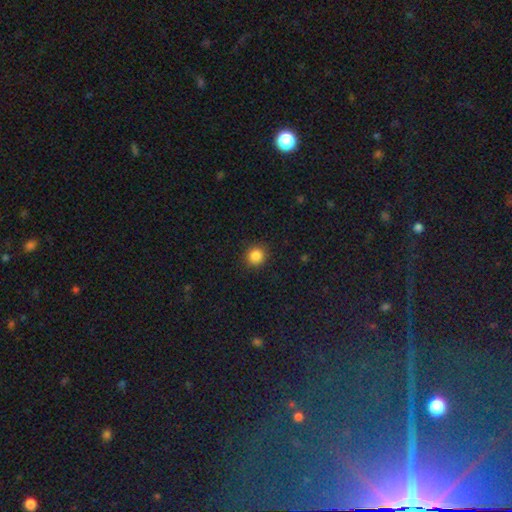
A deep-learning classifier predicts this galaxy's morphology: Smooth or featured? smooth (86%)
How rounded? round (91%)
Merging? none (91%)